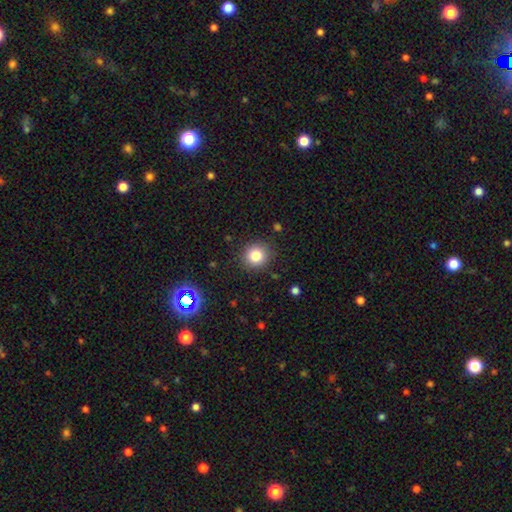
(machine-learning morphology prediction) Smooth or featured? Predicted: smooth (p=0.81). How rounded? Predicted: round (p=0.89). Merging? Predicted: none (p=0.88).